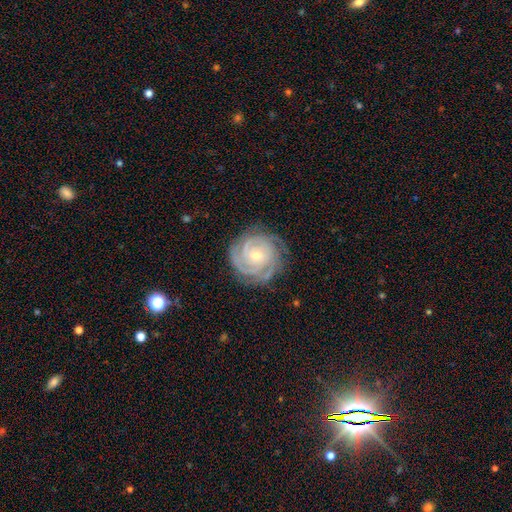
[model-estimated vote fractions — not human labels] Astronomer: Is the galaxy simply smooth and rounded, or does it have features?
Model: featured or disk — 88%.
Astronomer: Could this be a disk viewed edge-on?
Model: no — 98%.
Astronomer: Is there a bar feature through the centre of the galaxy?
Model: no — 70%.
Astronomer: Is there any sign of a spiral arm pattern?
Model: yes — 98%.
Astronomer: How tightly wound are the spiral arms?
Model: tight — 81%.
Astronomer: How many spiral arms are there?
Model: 3 — 35% (runner-up: 4, 21%).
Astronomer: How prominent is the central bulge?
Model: small — 62%.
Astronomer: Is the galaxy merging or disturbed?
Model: none — 81%.